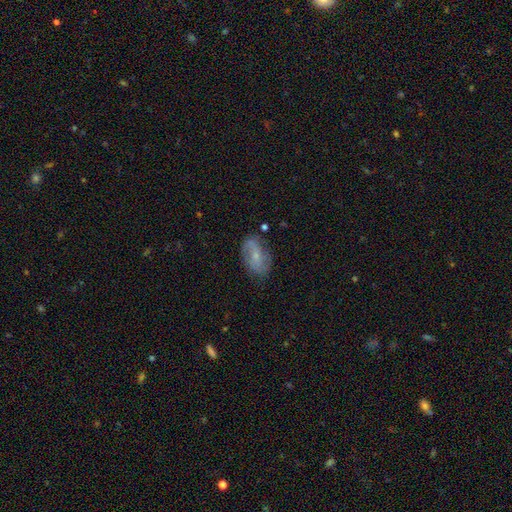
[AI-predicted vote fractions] A featured or disk galaxy (58%) with no bar (47%), spiral arms (81%) and a small central bulge (67%).

Vote fractions:
- Smooth or featured? featured or disk: 58% / smooth: 33% / star or artifact: 8%
- Edge-on disk? no: 95% / yes: 5%
- Bar? no: 47% / weak: 39% / strong: 14%
- Spiral arms? yes: 81% / no: 19%
- Bulge size? small: 67% / moderate: 26% / none: 5% / large: 1% / dominant: 1%
- Merging? none: 71% / minor disturbance: 20% / major disturbance: 6% / merger: 2%